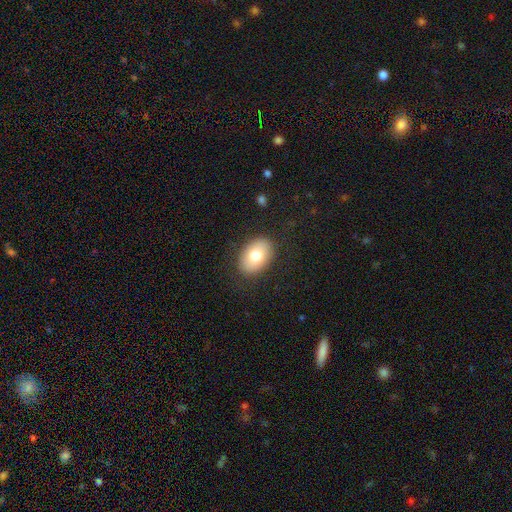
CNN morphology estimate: A smooth galaxy with no disk features (78%) that is in between round and cigar-shaped (86%). Merging: none (86%).